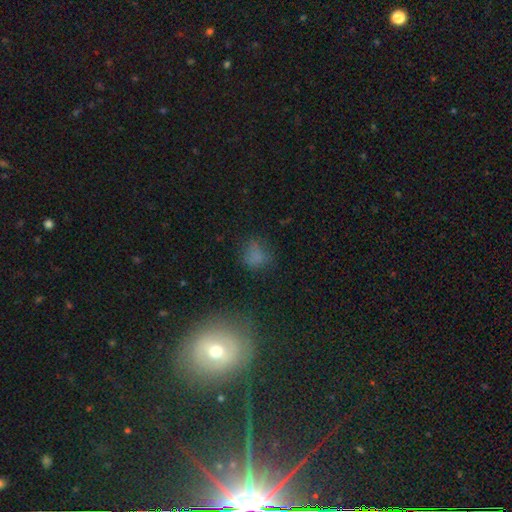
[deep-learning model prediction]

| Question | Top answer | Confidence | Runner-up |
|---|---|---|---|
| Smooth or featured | smooth | 65% | star or artifact (26%) |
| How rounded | round | 63% | in between (34%) |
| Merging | none | 61% | minor disturbance (22%) |